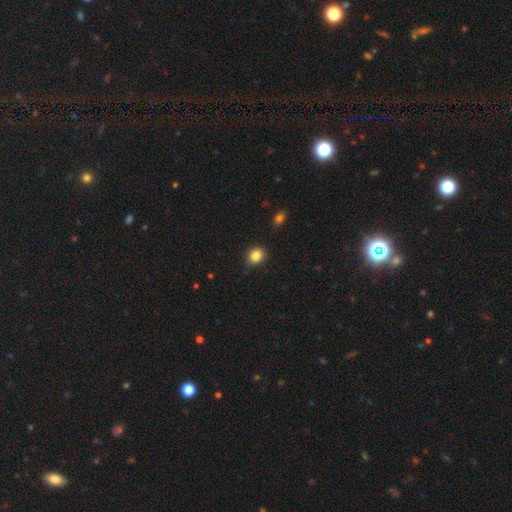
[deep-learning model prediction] A smooth galaxy with no disk features (84%) that is round (73%). Merging: none (85%).